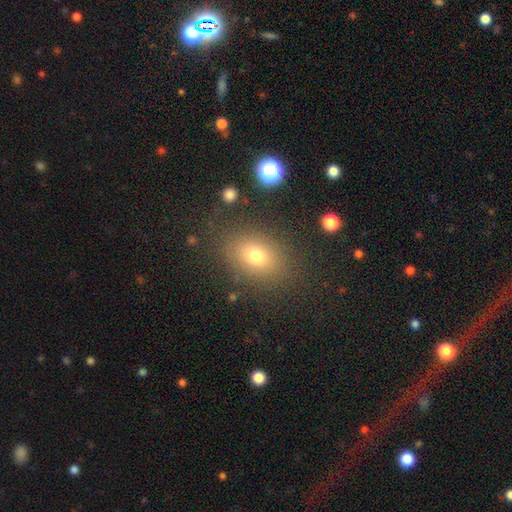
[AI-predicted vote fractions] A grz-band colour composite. It shows a smooth galaxy with no disk features (74%) that is in between round and cigar-shaped (70%). Merging: none (82%).